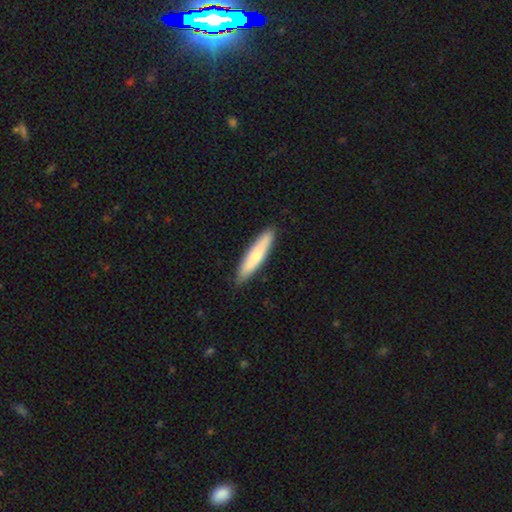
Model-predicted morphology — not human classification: Overall: smooth (71%). How rounded: cigar-shaped (85%). Merging: none (88%).